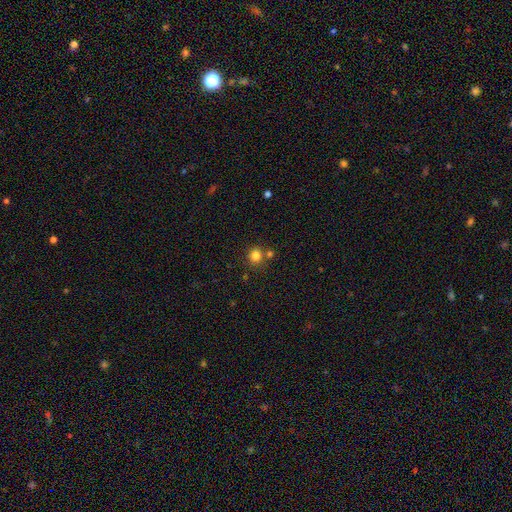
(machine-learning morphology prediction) Q: Smooth or featured?
A: smooth (81%); runner-up: star or artifact (13%)
Q: How rounded?
A: round (86%); runner-up: in between (13%)
Q: Merging?
A: none (71%); runner-up: merger (17%)